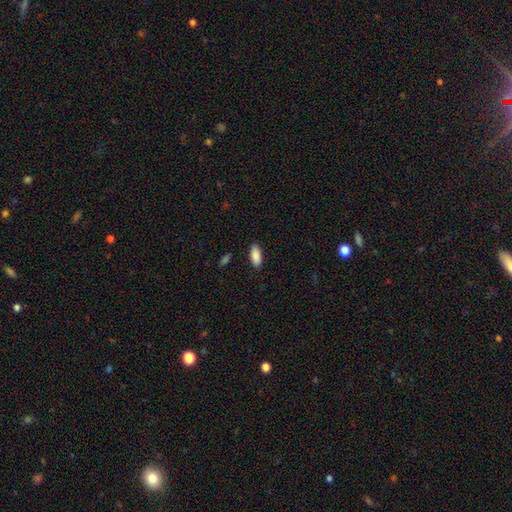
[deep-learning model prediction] Q: Smooth or featured?
A: smooth (89%); runner-up: star or artifact (6%)
Q: How rounded?
A: in between (83%); runner-up: cigar-shaped (15%)
Q: Merging?
A: none (87%); runner-up: minor disturbance (9%)